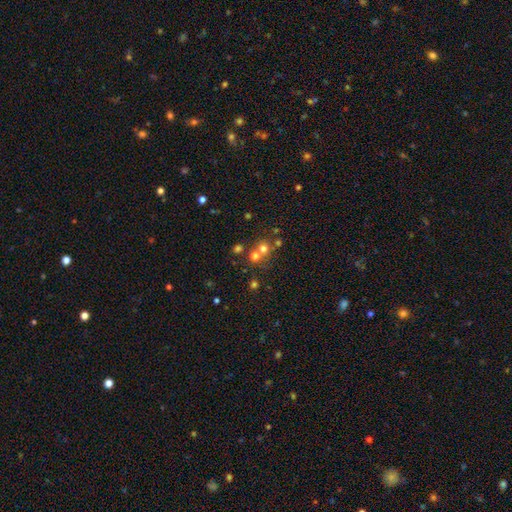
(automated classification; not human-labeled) Smooth or featured? smooth (66%)
How rounded? round (85%)
Merging? none (46%)